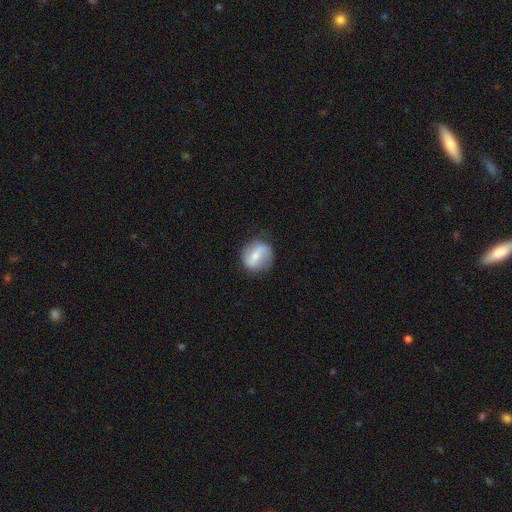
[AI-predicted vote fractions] A featured or disk galaxy (57%) with a strong bar (51%), spiral arms (64%) and a small central bulge (47%).

Vote fractions:
- Smooth or featured? featured or disk: 57% / smooth: 37% / star or artifact: 6%
- Edge-on disk? no: 94% / yes: 6%
- Bar? strong: 51% / weak: 34% / no: 15%
- Spiral arms? yes: 64% / no: 36%
- Bulge size? small: 47% / moderate: 45% / none: 4% / large: 3% / dominant: 1%
- Merging? none: 77% / minor disturbance: 16% / major disturbance: 5% / merger: 1%